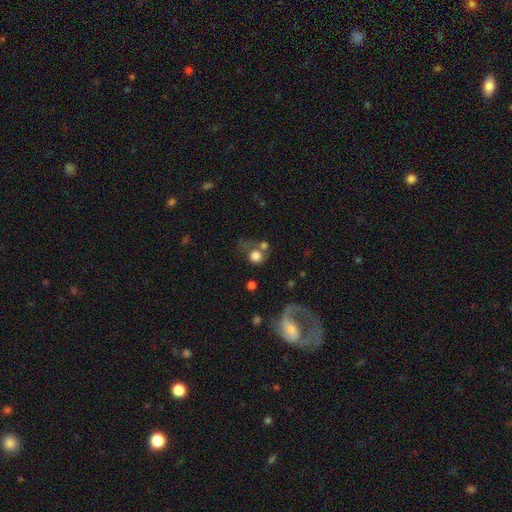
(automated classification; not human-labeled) smooth 73%, featured or disk 16%, star or artifact 11%. Down the decision tree: how rounded — round (85%); merging — none (39%).